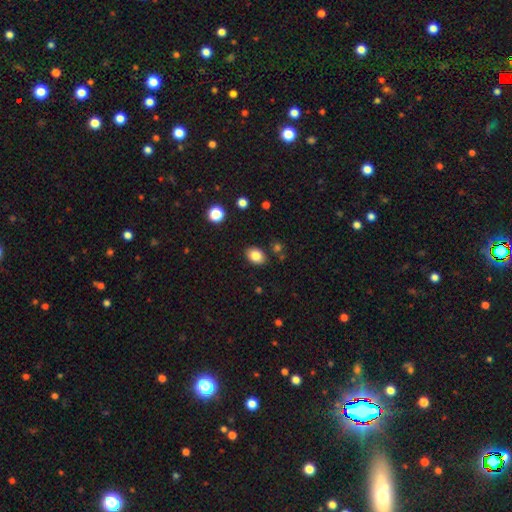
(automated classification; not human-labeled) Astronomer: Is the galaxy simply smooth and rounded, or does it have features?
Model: smooth — 83%.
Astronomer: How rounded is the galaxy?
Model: in between — 76%.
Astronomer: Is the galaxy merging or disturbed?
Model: none — 85%.